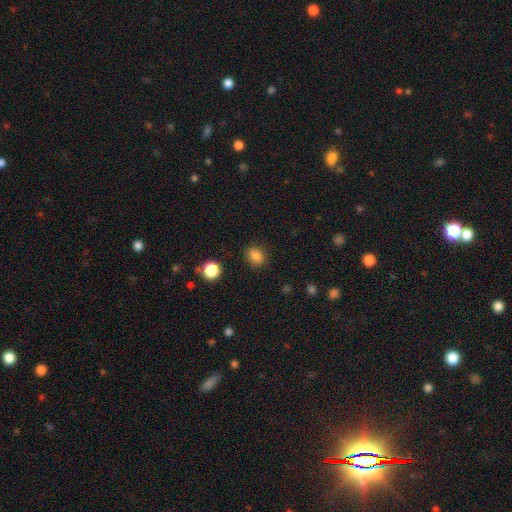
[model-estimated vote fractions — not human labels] This is clearly a smooth galaxy (84%). How rounded: possibly in between (60%). Merging: clearly none (83%).